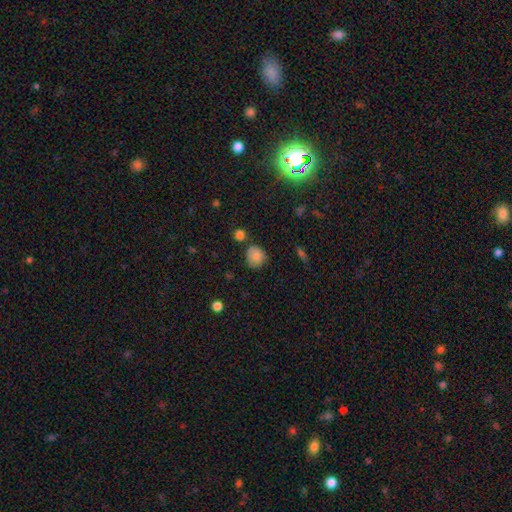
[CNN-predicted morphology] A smooth galaxy with no disk features (82%) that is round (81%). Merging: none (69%).